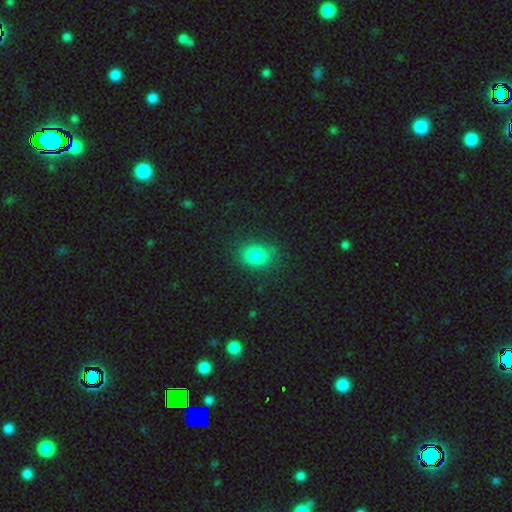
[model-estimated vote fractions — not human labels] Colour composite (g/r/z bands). It shows a smooth galaxy with no disk features (82%) that is in between round and cigar-shaped (58%). Merging: none (84%).